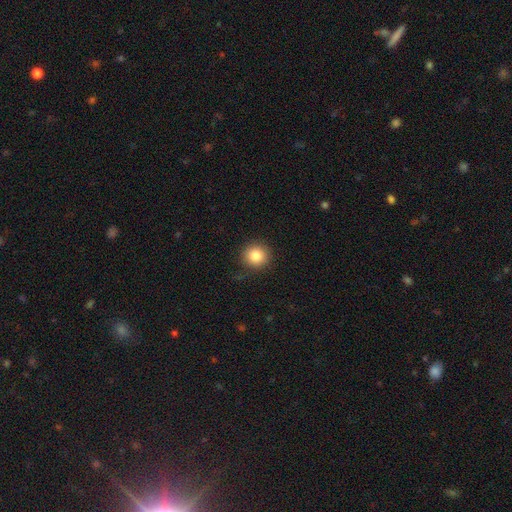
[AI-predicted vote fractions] This is clearly a smooth galaxy (84%). How rounded: clearly round (91%). Merging: clearly none (89%).